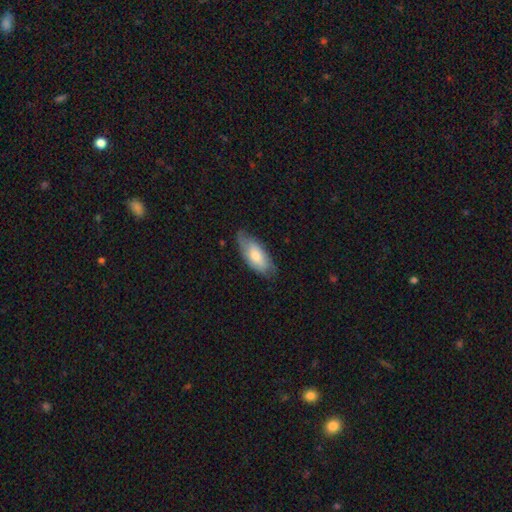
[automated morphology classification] smooth_or_featured: smooth (p=0.67) [alt: featured or disk p=0.27]
how_rounded: in between (p=0.84) [alt: cigar-shaped p=0.14]
merging: none (p=0.65) [alt: minor disturbance p=0.27]